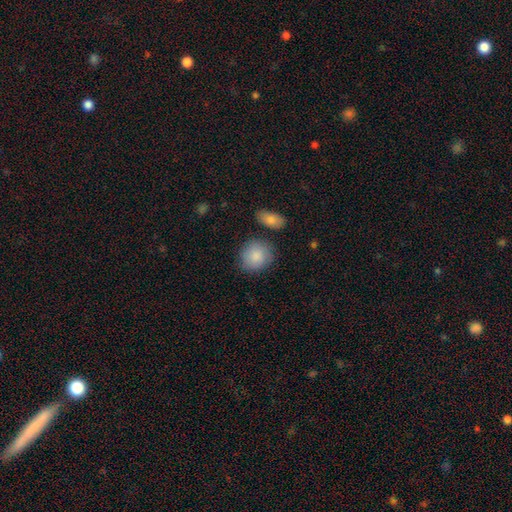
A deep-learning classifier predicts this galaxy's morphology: Smooth or featured? Predicted: smooth (p=0.88). How rounded? Predicted: round (p=0.82). Merging? Predicted: none (p=0.79).